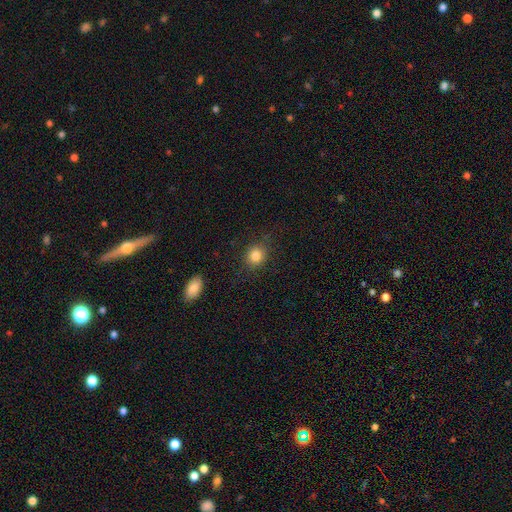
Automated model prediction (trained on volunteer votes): Q: Smooth or featured?
A: smooth (83%); runner-up: star or artifact (11%)
Q: How rounded?
A: round (74%); runner-up: in between (25%)
Q: Merging?
A: none (84%); runner-up: minor disturbance (11%)